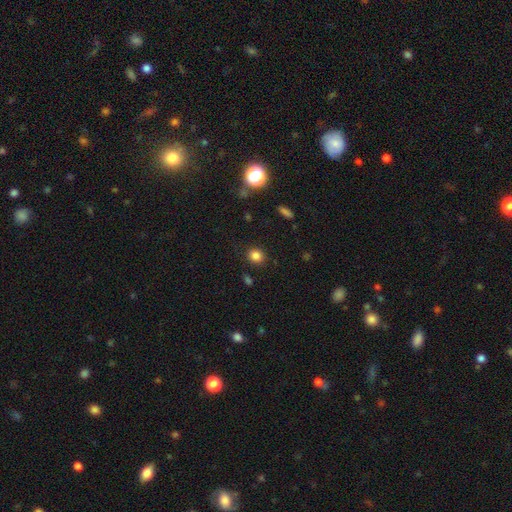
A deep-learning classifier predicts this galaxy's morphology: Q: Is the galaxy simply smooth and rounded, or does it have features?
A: smooth — 83%.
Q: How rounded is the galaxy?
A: round — 75%.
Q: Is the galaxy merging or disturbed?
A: none — 87%.